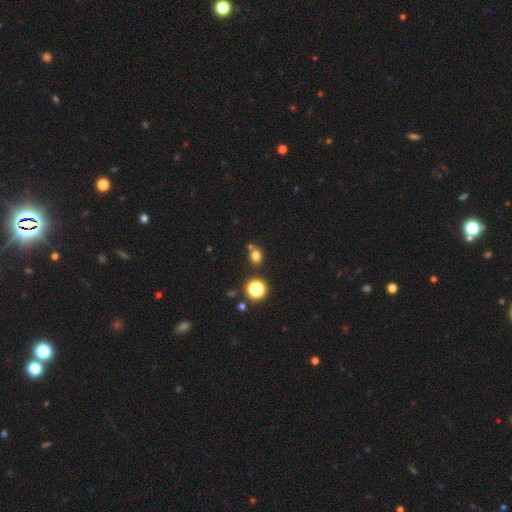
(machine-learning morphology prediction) Smooth or featured: smooth — 75% (star or artifact — 19%)
How rounded: round — 62% (in between — 37%)
Merging: none — 70% (merger — 15%)